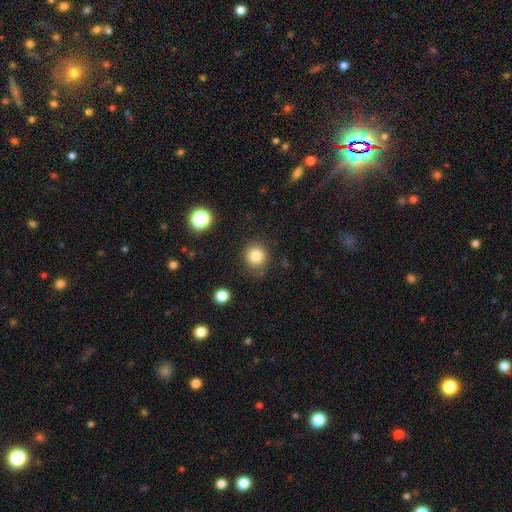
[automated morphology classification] A smooth galaxy with no disk features (82%) that is round (87%). Merging: none (79%).